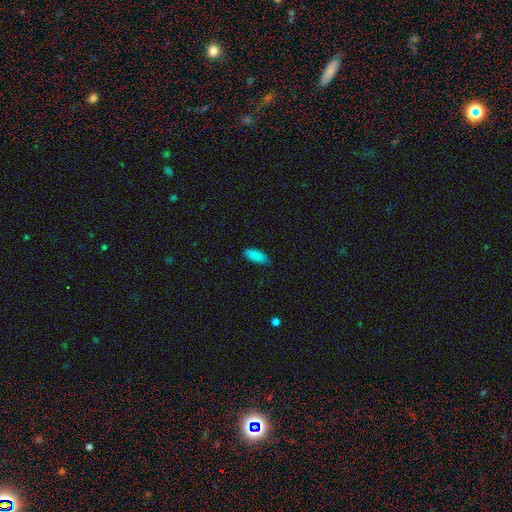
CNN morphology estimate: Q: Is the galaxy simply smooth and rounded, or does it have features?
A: smooth — 89%.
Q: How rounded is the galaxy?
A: in between — 77%.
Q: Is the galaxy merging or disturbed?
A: none — 86%.